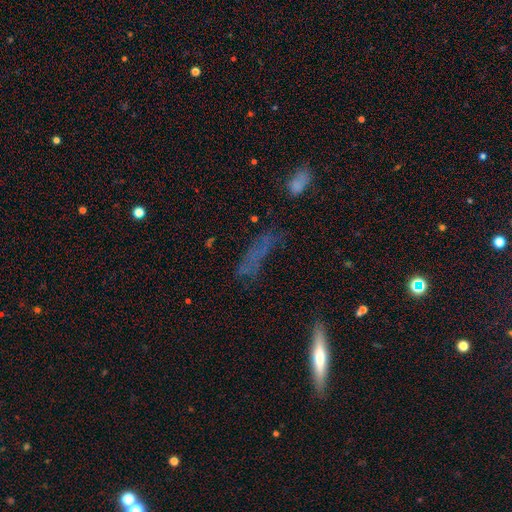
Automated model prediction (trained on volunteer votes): Q: Smooth or featured?
A: smooth (44%); runner-up: featured or disk (32%)
Q: Merging?
A: none (57%); runner-up: minor disturbance (21%)